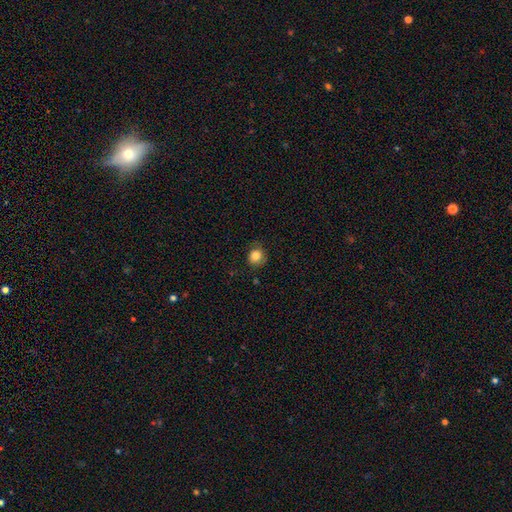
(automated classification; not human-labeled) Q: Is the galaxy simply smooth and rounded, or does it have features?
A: smooth — 83%.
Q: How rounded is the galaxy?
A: round — 83%.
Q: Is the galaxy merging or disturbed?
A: none — 75%.